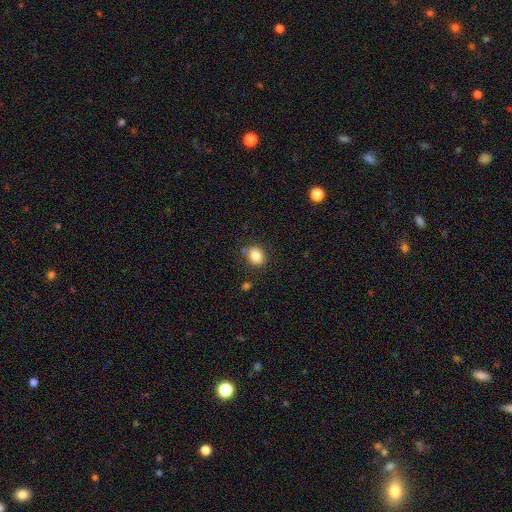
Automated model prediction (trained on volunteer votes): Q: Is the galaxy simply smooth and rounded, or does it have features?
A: smooth — 84%.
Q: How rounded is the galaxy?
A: round — 60%.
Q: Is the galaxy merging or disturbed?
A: none — 79%.